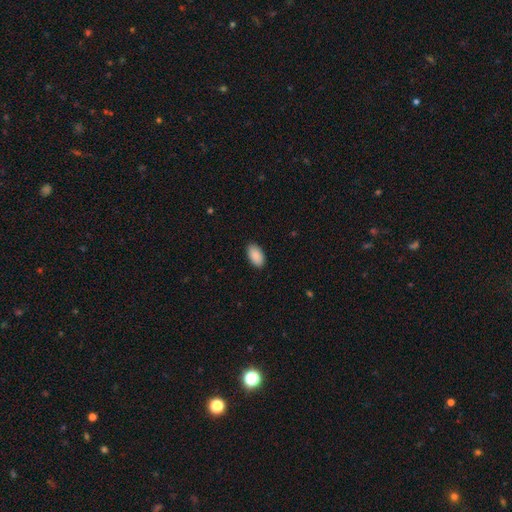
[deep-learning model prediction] Smooth or featured? smooth (90%)
How rounded? in between (95%)
Merging? none (89%)